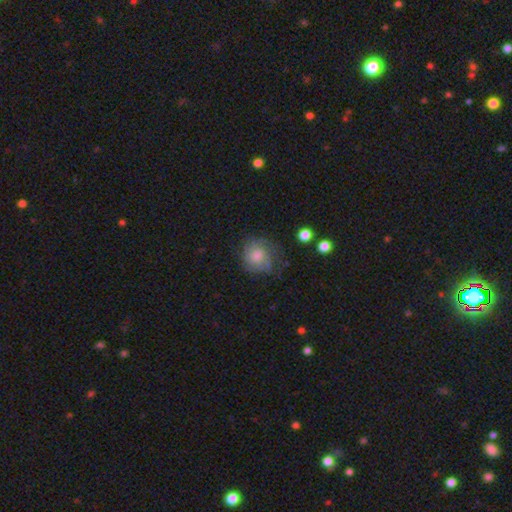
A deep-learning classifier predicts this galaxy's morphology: Overall: smooth (56%; featured or disk 35%). How rounded: round (79%). Merging: none (60%; minor disturbance 26%).